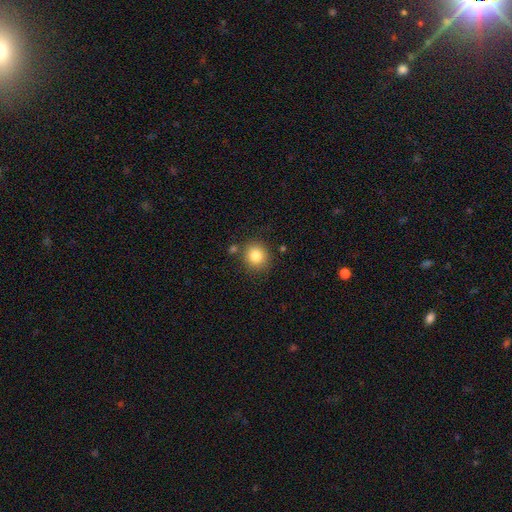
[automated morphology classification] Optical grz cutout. It shows a smooth galaxy with no disk features (82%) that is round (86%). Merging: none (83%).